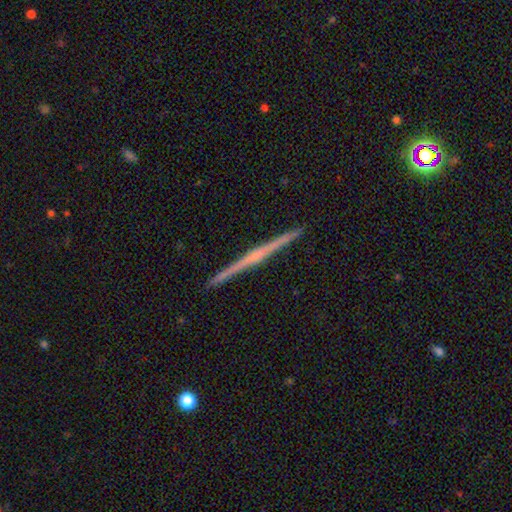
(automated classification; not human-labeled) This appears to be a featured or disk galaxy (77%) viewed edge-on (99%) with a rounded central bulge (46%). Merging: none (93%).